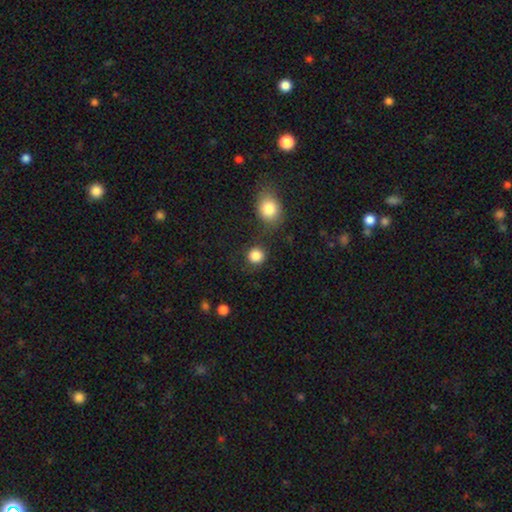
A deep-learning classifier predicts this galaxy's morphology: Q: Smooth or featured?
A: smooth (86%); runner-up: star or artifact (10%)
Q: How rounded?
A: round (90%); runner-up: in between (9%)
Q: Merging?
A: none (82%); runner-up: minor disturbance (9%)